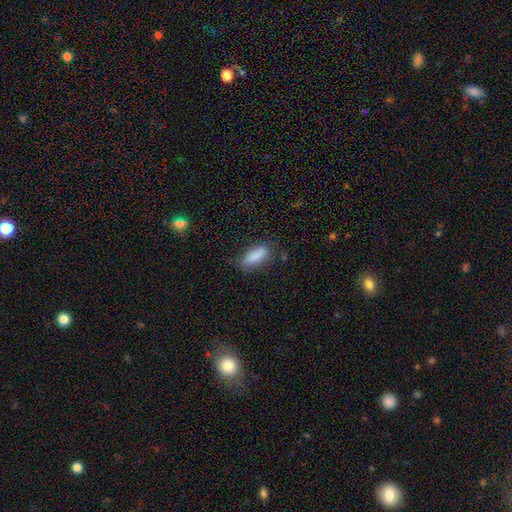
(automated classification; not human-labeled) smooth-or-featured: smooth: 85% | featured or disk: 8% | star or artifact: 8%
  how-rounded: in between: 60% | cigar-shaped: 37% | round: 2%
  merging: none: 71% | minor disturbance: 20% | major disturbance: 6% | merger: 2%